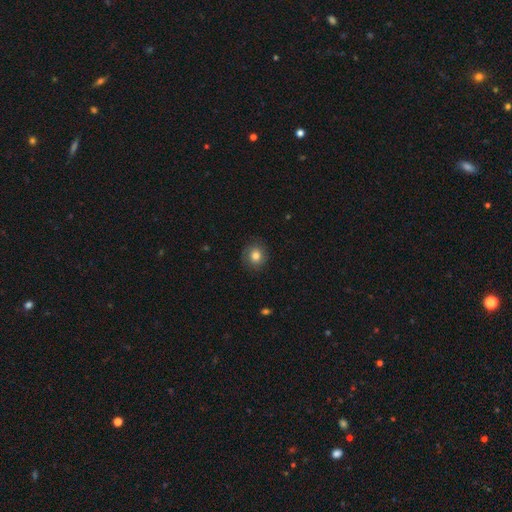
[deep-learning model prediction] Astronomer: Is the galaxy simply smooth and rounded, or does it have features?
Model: smooth — 78%.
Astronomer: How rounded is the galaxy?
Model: round — 84%.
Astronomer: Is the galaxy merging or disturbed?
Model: none — 84%.